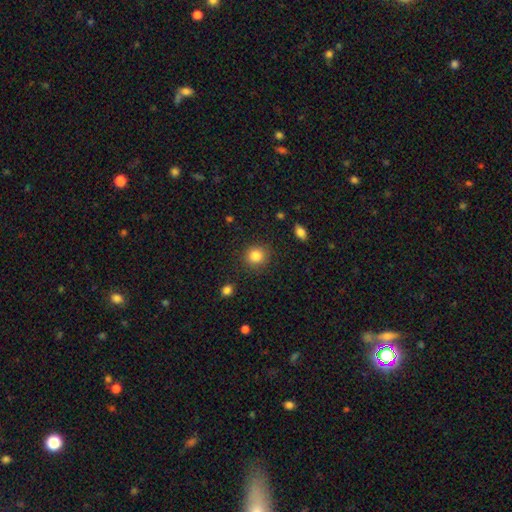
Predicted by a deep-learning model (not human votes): smooth_or_featured: smooth (p=0.85) [alt: star or artifact p=0.10]
how_rounded: round (p=0.87) [alt: in between p=0.12]
merging: none (p=0.88) [alt: minor disturbance p=0.08]